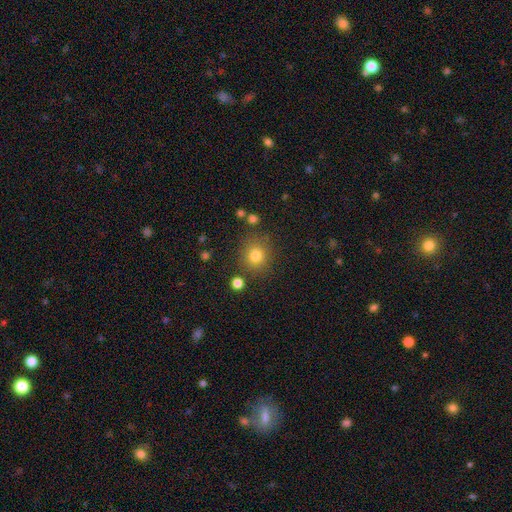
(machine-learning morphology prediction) smooth_or_featured: smooth (p=0.81) [alt: star or artifact p=0.13]
how_rounded: round (p=0.88) [alt: in between p=0.11]
merging: none (p=0.83) [alt: minor disturbance p=0.09]